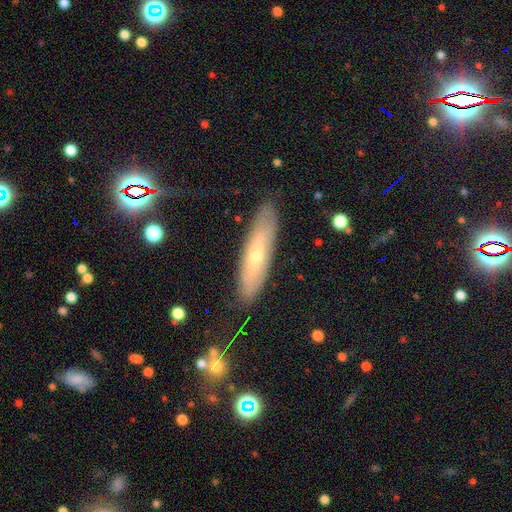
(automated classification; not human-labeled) Smooth or featured? featured or disk (46%, tied with smooth)
Merging? none (82%)